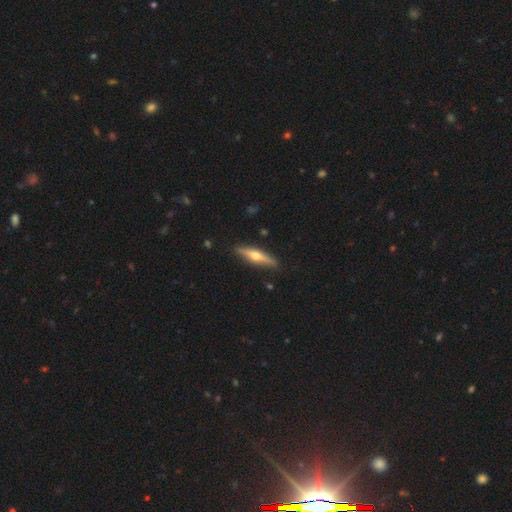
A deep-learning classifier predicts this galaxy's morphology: A featured or disk galaxy (63%) viewed edge-on (95%) with a rounded central bulge (94%).

Vote fractions:
- Smooth or featured? featured or disk: 63% / smooth: 32% / star or artifact: 5%
- Edge-on disk? yes: 95% / no: 5%
- Edge-on bulge? rounded: 94% / none: 3% / boxy: 3%
- Merging? none: 89% / minor disturbance: 8% / major disturbance: 2% / merger: 1%